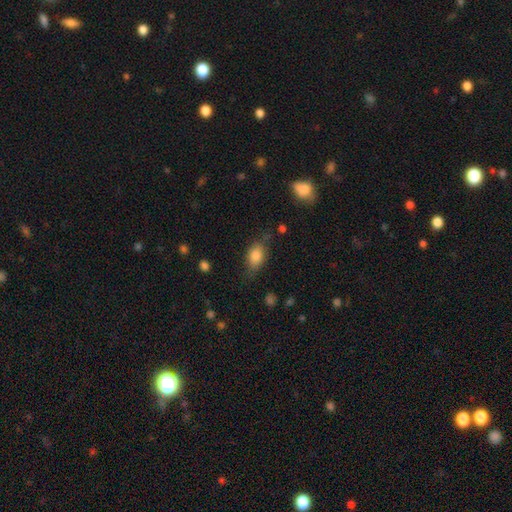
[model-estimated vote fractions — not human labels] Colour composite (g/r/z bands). It shows a smooth galaxy with no disk features (82%) that is in between round and cigar-shaped (82%). Merging: none (67%).